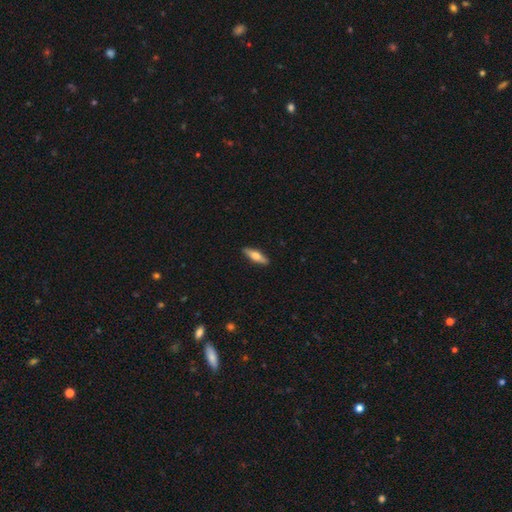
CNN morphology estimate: Smooth or featured? smooth (60%)
How rounded? cigar-shaped (59%)
Merging? none (90%)